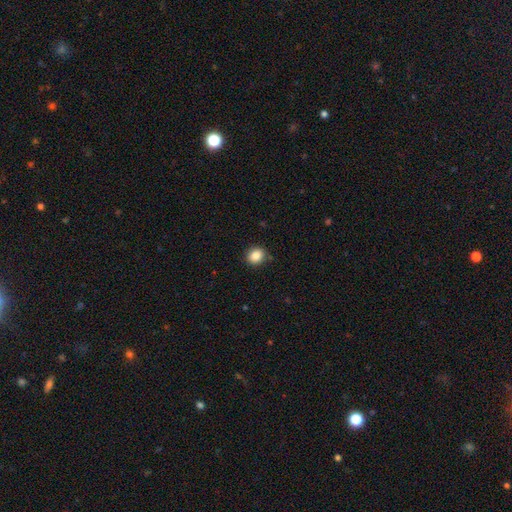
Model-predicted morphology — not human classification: smooth_or_featured: smooth (p=0.86) [alt: star or artifact p=0.10]
how_rounded: round (p=0.78) [alt: in between p=0.21]
merging: none (p=0.88) [alt: minor disturbance p=0.09]